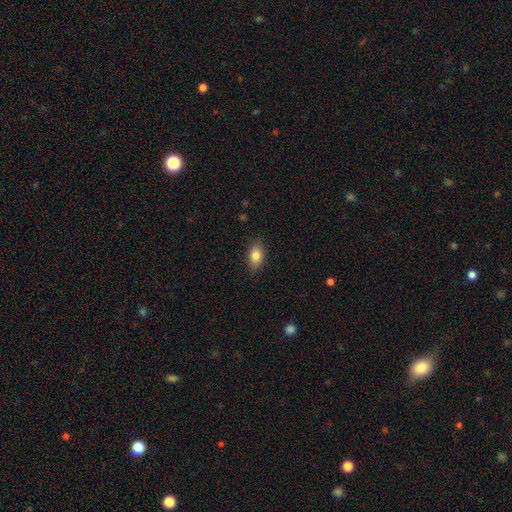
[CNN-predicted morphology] Smooth or featured? smooth (83%)
How rounded? in between (85%)
Merging? none (84%)